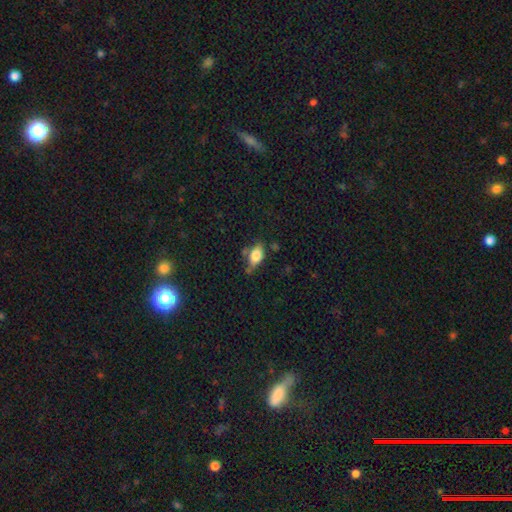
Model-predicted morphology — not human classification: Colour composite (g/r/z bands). It shows a smooth galaxy with no disk features (77%) that is in between round and cigar-shaped (87%). Merging: none (60%).